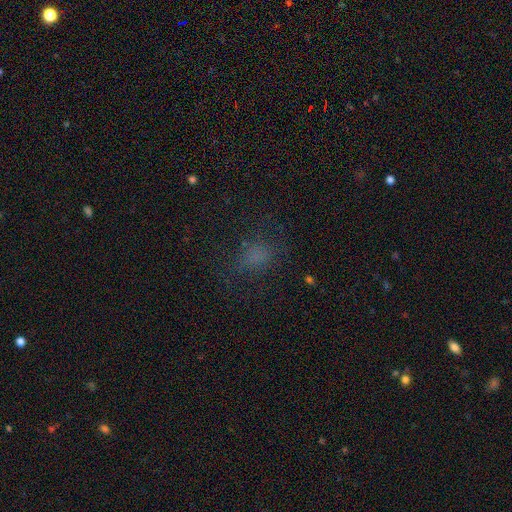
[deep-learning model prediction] A smooth galaxy with no disk features (65%) that is in between round and cigar-shaped (62%).

Vote fractions:
- Smooth or featured? smooth: 65% / star or artifact: 24% / featured or disk: 12%
- How rounded? in between: 62% / round: 35% / cigar-shaped: 3%
- Merging? none: 65% / minor disturbance: 18% / major disturbance: 15% / merger: 2%